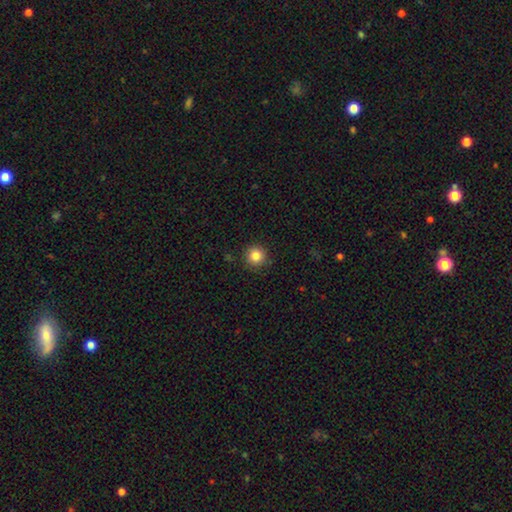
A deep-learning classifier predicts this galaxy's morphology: Overall: smooth (84%). How rounded: round (95%). Merging: none (90%).